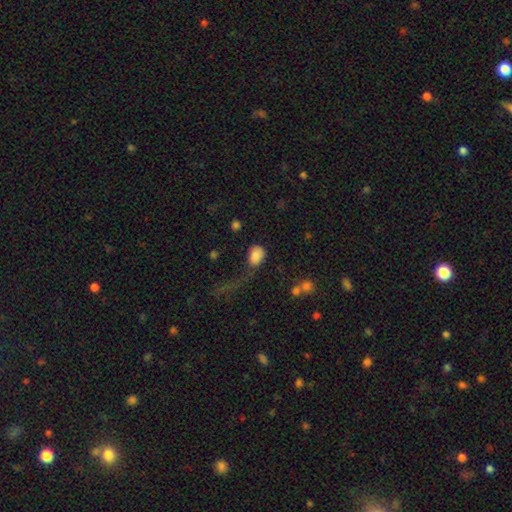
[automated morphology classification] Q: Smooth or featured?
A: smooth (84%); runner-up: star or artifact (9%)
Q: How rounded?
A: in between (69%); runner-up: round (30%)
Q: Merging?
A: none (47%); runner-up: minor disturbance (25%)